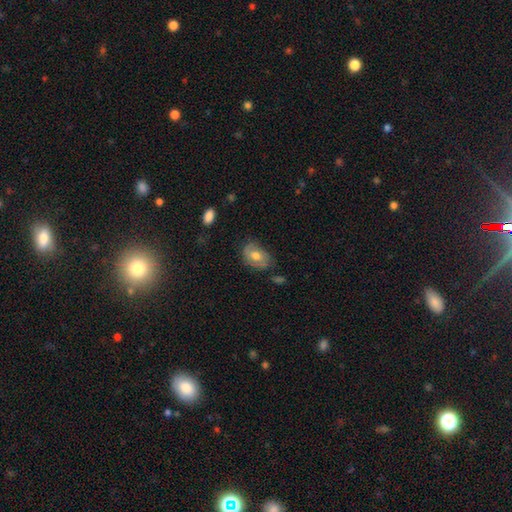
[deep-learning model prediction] Morphology: type=smooth (53%); roundness=in between (82%); merging=none (59%).